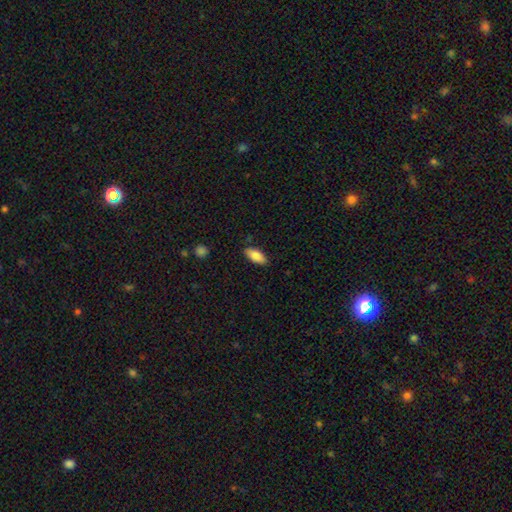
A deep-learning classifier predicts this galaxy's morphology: smooth 81%, featured or disk 12%, star or artifact 7%. Down the decision tree: how rounded — in between (85%); merging — none (86%).